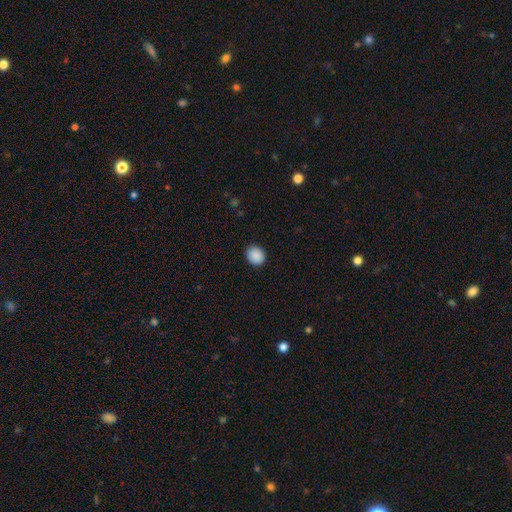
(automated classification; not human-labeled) smooth_or_featured: smooth (p=0.90) [alt: star or artifact p=0.08]
how_rounded: round (p=0.68) [alt: in between p=0.31]
merging: none (p=0.90) [alt: minor disturbance p=0.07]